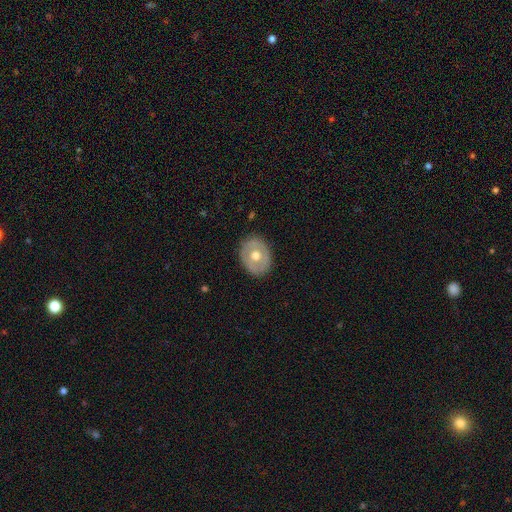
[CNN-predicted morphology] A featured or disk galaxy (48%).

Vote fractions:
- Smooth or featured? featured or disk: 48% / smooth: 46% / star or artifact: 6%
- Merging? none: 85% / minor disturbance: 11% / major disturbance: 3% / merger: 1%